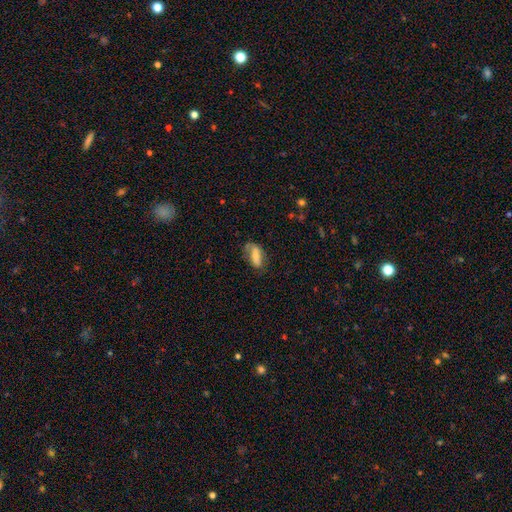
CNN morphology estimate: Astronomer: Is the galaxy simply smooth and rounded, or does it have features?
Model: smooth — 65%.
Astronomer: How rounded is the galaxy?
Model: in between — 78%.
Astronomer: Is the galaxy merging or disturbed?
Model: none — 58%.